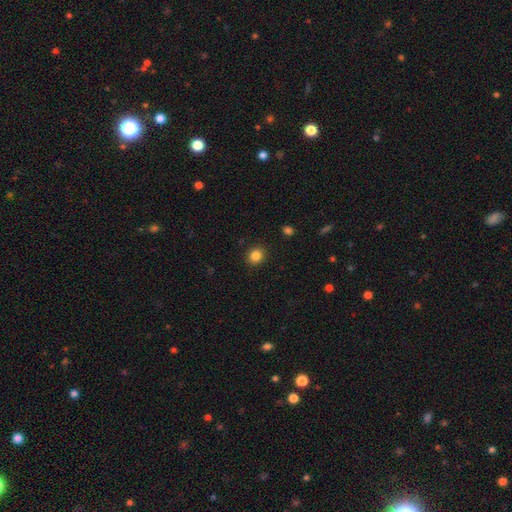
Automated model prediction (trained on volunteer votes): smooth_or_featured: smooth (p=0.85) [alt: star or artifact p=0.11]
how_rounded: round (p=0.82) [alt: in between p=0.17]
merging: none (p=0.91) [alt: minor disturbance p=0.06]